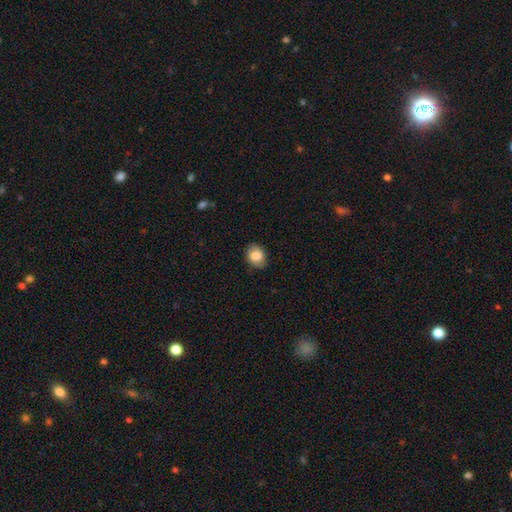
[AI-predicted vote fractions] smooth-or-featured: smooth: 82% | featured or disk: 10% | star or artifact: 8%
  how-rounded: in between: 63% | round: 36% | cigar-shaped: 1%
  merging: none: 84% | minor disturbance: 13% | major disturbance: 3% | merger: 1%